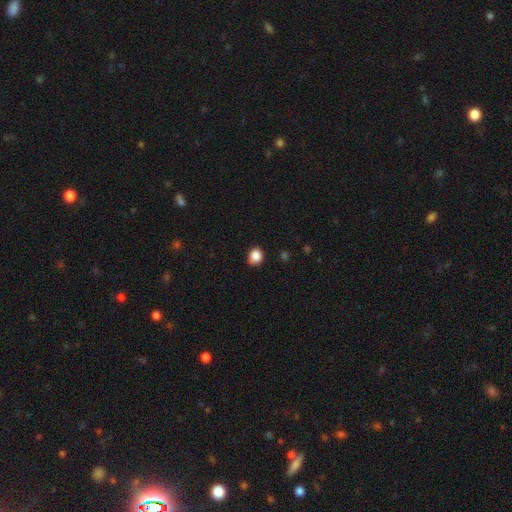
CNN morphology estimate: Smooth or featured?
  - smooth: 86% *
  - star or artifact: 10%
  - featured or disk: 4%
How rounded?
  - round: 71% *
  - in between: 28%
  - cigar-shaped: 1%
Merging?
  - none: 77% *
  - minor disturbance: 19%
  - major disturbance: 3%
  - merger: 2%